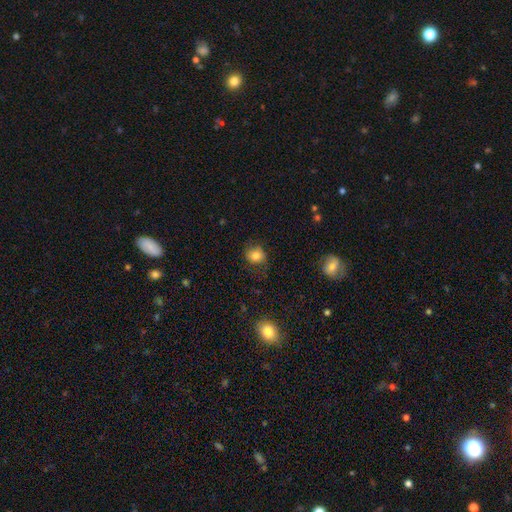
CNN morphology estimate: Q: Smooth or featured?
A: smooth (80%); runner-up: star or artifact (11%)
Q: How rounded?
A: round (68%); runner-up: in between (31%)
Q: Merging?
A: none (71%); runner-up: minor disturbance (19%)